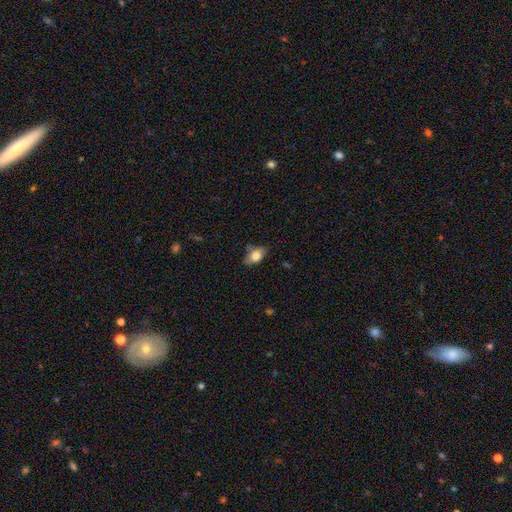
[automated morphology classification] Smooth or featured?
  - smooth: 78% *
  - featured or disk: 13%
  - star or artifact: 8%
How rounded?
  - in between: 86% *
  - round: 11%
  - cigar-shaped: 3%
Merging?
  - none: 62% *
  - minor disturbance: 29%
  - major disturbance: 6%
  - merger: 3%